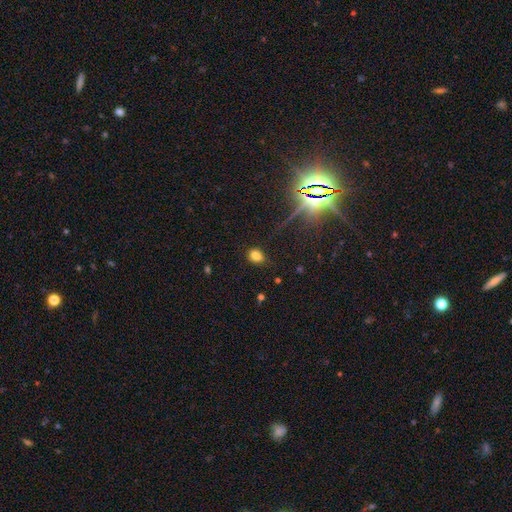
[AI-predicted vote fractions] Morphology: type=smooth (77%); roundness=in between (58%); merging=none (75%).